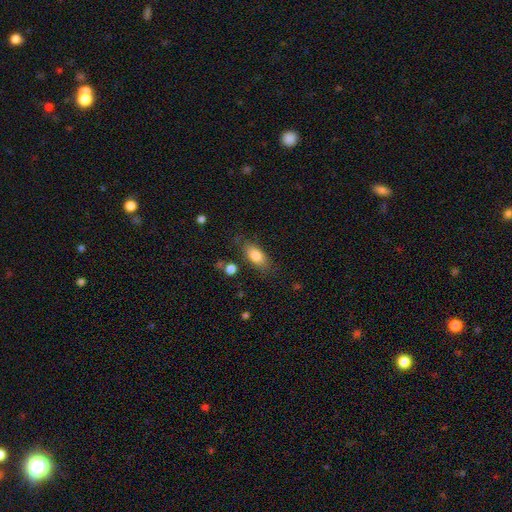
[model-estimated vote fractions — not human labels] smooth-or-featured: smooth: 80% | featured or disk: 13% | star or artifact: 7%
  how-rounded: in between: 84% | cigar-shaped: 11% | round: 5%
  merging: none: 75% | minor disturbance: 16% | major disturbance: 5% | merger: 4%